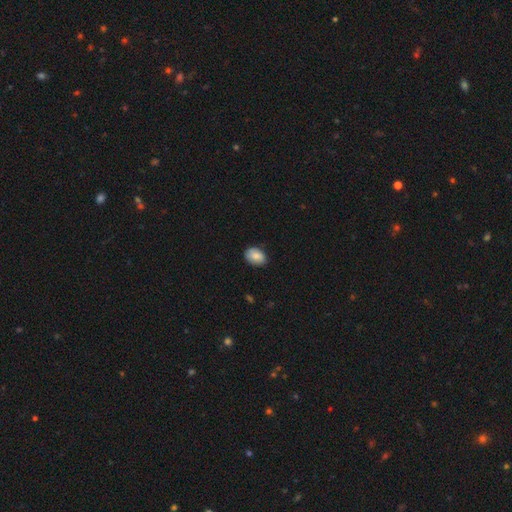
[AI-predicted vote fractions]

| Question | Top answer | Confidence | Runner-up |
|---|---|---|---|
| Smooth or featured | smooth | 84% | featured or disk (9%) |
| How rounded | in between | 82% | round (17%) |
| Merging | none | 80% | minor disturbance (16%) |